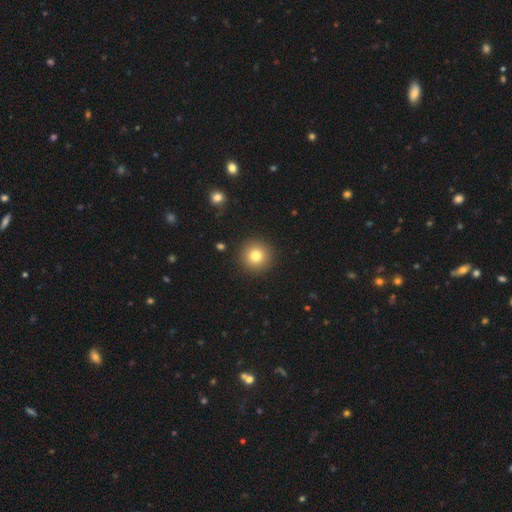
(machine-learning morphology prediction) Overall: smooth (79%). How rounded: round (95%). Merging: none (91%).